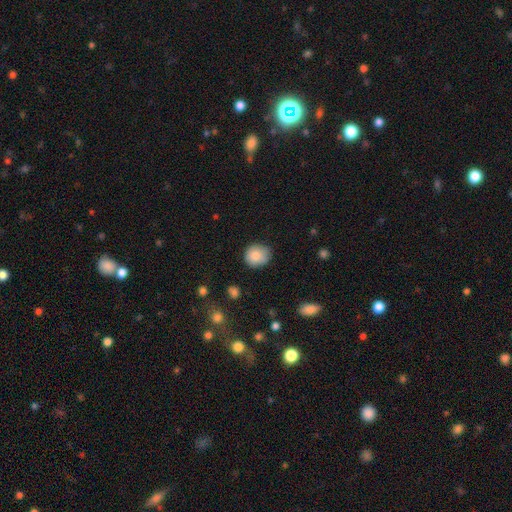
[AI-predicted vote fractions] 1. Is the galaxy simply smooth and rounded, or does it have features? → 85% smooth, 8% star or artifact, 7% featured or disk.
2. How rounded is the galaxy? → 80% round, 19% in between, 1% cigar-shaped.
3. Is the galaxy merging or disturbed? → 76% none, 19% minor disturbance, 4% major disturbance, 2% merger.